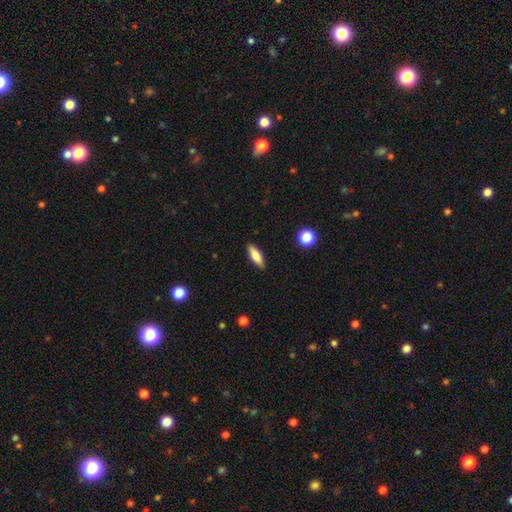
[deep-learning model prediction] Overall: smooth (81%). How rounded: in between (52%; cigar-shaped 46%). Merging: none (86%).